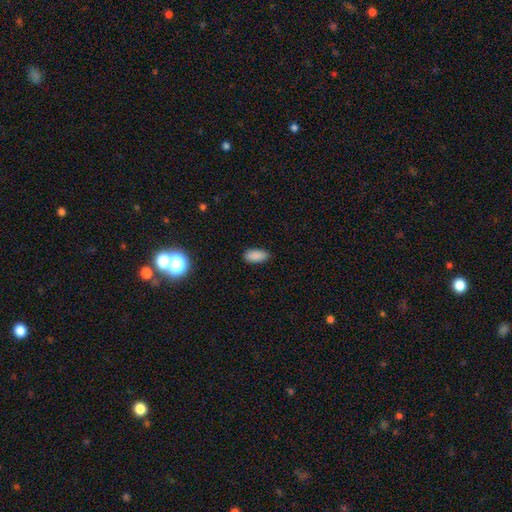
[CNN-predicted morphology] smooth-or-featured: smooth: 87% | star or artifact: 9% | featured or disk: 3%
  how-rounded: in between: 90% | cigar-shaped: 7% | round: 3%
  merging: none: 85% | minor disturbance: 12% | major disturbance: 2% | merger: 1%